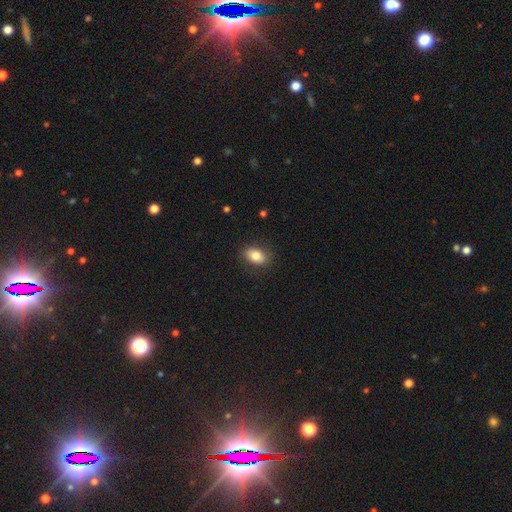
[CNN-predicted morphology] Overall: smooth (83%). How rounded: in between (85%). Merging: none (85%).